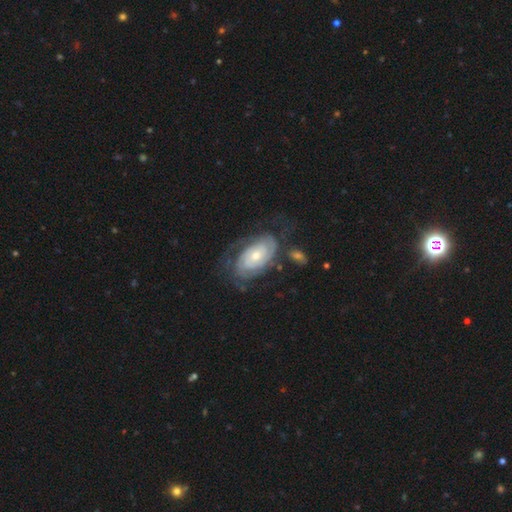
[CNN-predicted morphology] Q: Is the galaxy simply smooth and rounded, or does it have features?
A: featured or disk — 80%.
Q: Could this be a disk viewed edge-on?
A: no — 95%.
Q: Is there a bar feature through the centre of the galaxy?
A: no — 74%.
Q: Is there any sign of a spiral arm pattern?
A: yes — 92%.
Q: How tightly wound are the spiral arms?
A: tight — 72%.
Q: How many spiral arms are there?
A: can't tell — 40%.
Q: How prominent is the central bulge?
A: moderate — 47%, tied with small.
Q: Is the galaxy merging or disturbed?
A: none — 61%.